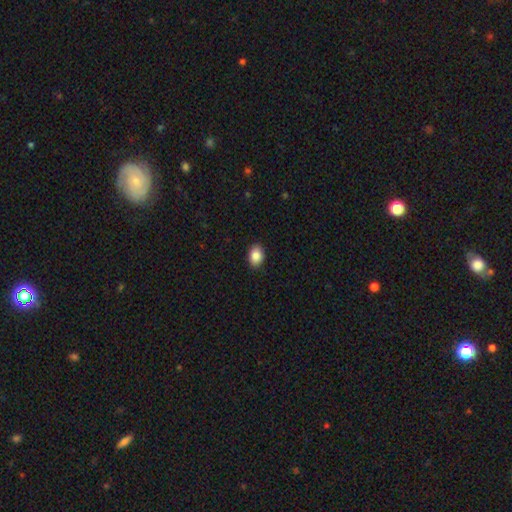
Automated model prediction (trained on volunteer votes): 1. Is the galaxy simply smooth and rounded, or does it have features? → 87% smooth, 8% star or artifact, 5% featured or disk.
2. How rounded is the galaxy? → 77% in between, 22% round, 1% cigar-shaped.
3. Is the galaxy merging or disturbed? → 90% none, 7% minor disturbance, 2% major disturbance, 1% merger.